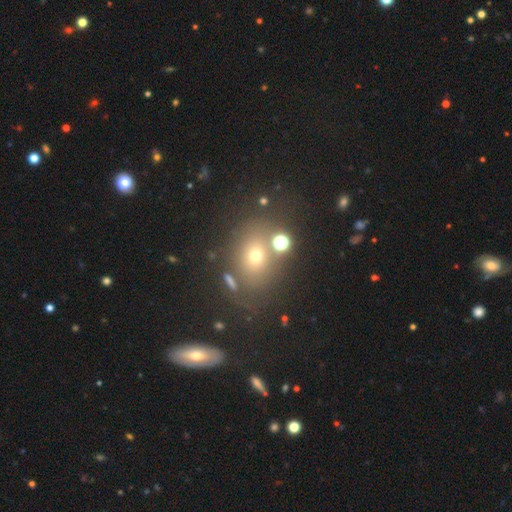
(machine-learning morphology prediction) Smooth or featured? smooth (60%)
How rounded? in between (50%)
Merging? none (69%)